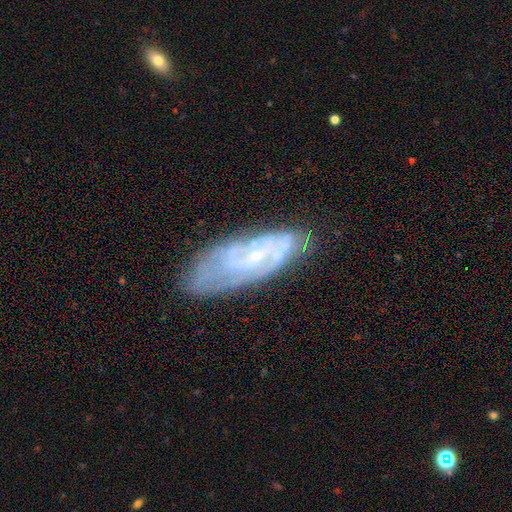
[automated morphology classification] smooth_or_featured: featured or disk (p=0.76) [alt: smooth p=0.17]
disk_edge_on: no (p=0.88) [alt: yes p=0.12]
bar: no (p=0.57) [alt: weak p=0.33]
has_spiral_arms: yes (p=0.83) [alt: no p=0.17]
spiral_winding: tight (p=0.61) [alt: medium p=0.30]
spiral_arm_count: can't tell (p=0.48) [alt: 2 p=0.27]
bulge_size: small (p=0.75) [alt: moderate p=0.16]
merging: none (p=0.72) [alt: minor disturbance p=0.20]